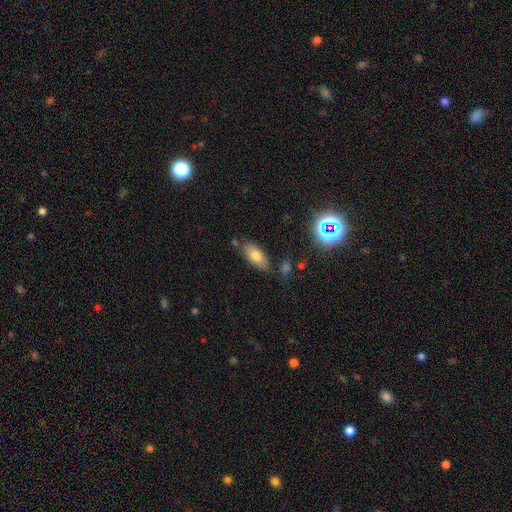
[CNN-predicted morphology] This appears to be a smooth galaxy with no disk features (74%) that is in between round and cigar-shaped (88%). Merging: none (73%).